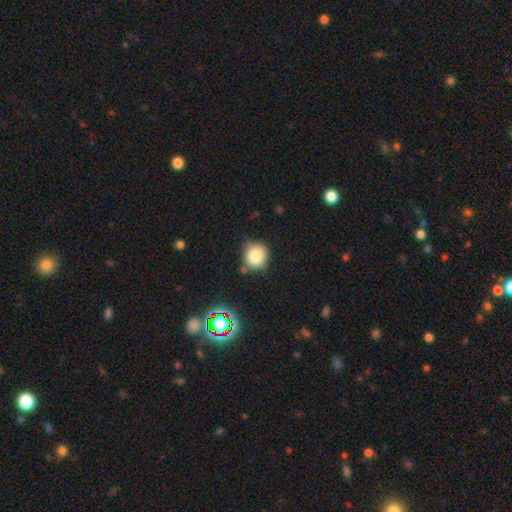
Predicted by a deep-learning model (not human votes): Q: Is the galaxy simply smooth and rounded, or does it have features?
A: smooth — 80%.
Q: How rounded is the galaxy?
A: round — 83%.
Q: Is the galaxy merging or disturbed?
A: none — 72%.